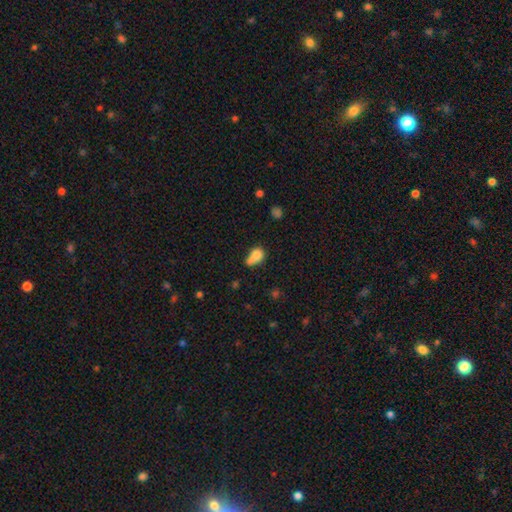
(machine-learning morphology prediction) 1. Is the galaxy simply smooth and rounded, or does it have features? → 75% smooth, 13% featured or disk, 11% star or artifact.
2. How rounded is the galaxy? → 71% in between, 23% round, 6% cigar-shaped.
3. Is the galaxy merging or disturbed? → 29% none, 27% minor disturbance, 24% merger, 19% major disturbance.